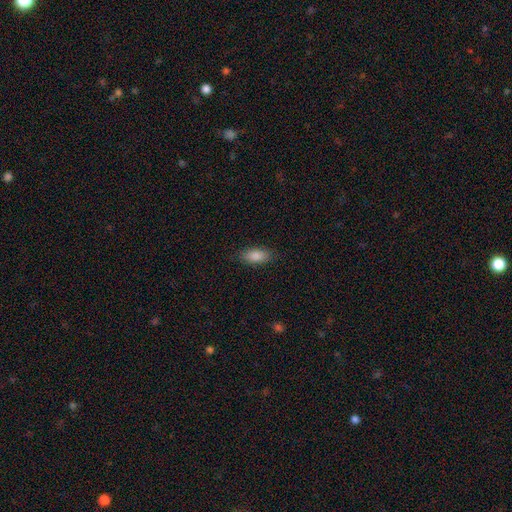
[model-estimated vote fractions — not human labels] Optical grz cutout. It shows a smooth galaxy with no disk features (87%) that is in between round and cigar-shaped (89%). Merging: none (87%).